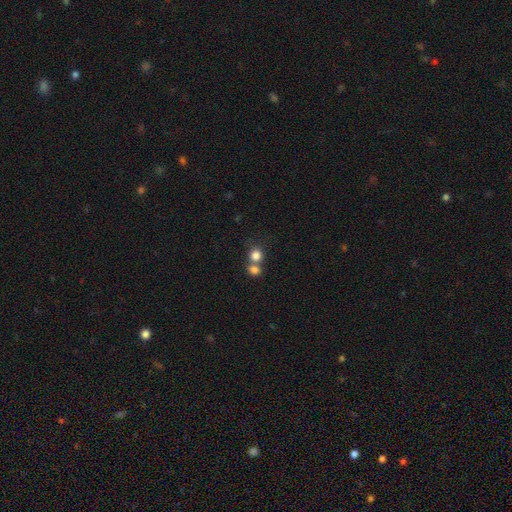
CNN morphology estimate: smooth 81%, star or artifact 11%, featured or disk 8%. Down the decision tree: how rounded — round (82%); merging — merger (46%).